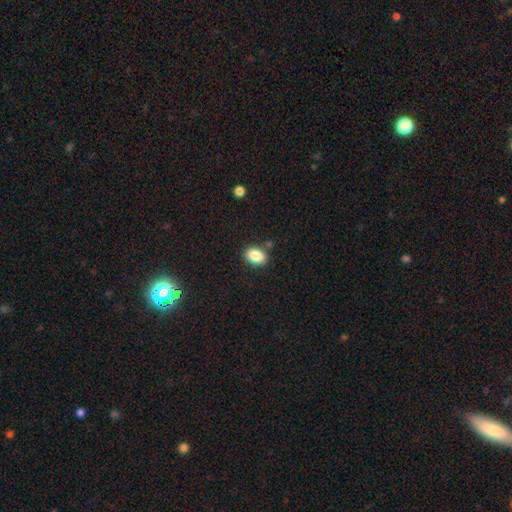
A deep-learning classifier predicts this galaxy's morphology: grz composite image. It shows a smooth galaxy with no disk features (86%) that is in between round and cigar-shaped (82%). Merging: none (82%).